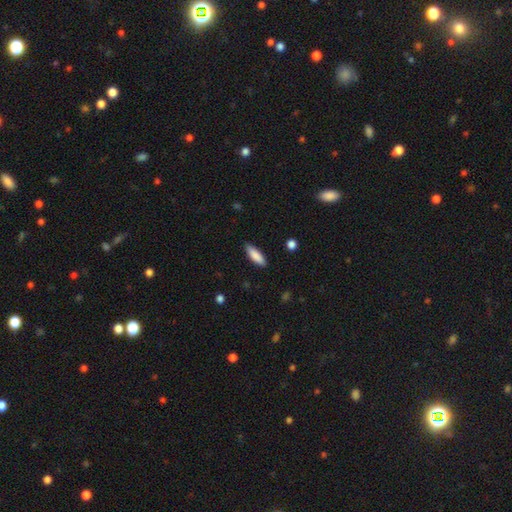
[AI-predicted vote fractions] This appears to be a smooth galaxy with no disk features (86%) that is cigar-shaped (50%). Merging: none (86%).